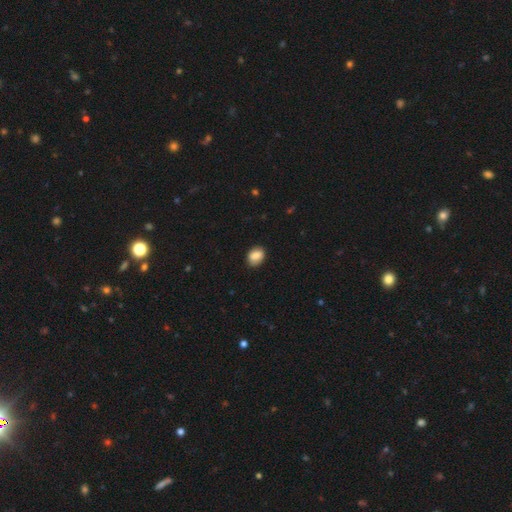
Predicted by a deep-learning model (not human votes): Smooth or featured? smooth (85%)
How rounded? in between (64%)
Merging? none (85%)